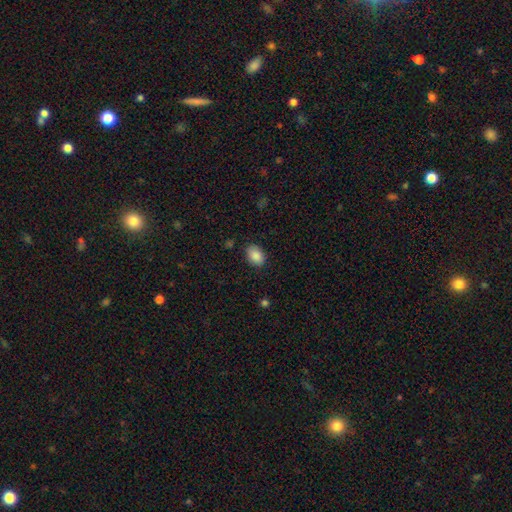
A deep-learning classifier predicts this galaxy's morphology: type=smooth (88%); roundness=in between (80%); merging=none (82%).